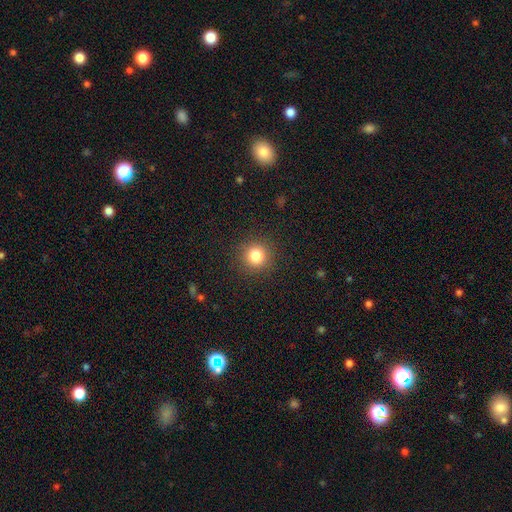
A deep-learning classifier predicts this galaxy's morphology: type=smooth (82%); roundness=round (94%); merging=none (90%).